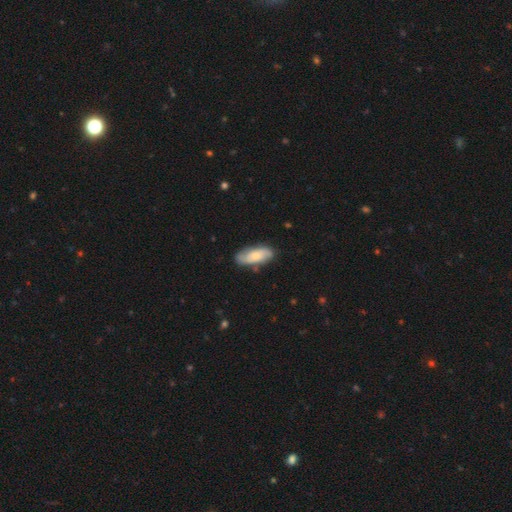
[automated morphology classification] A smooth galaxy with no disk features (56%) that is in between round and cigar-shaped (81%). Merging: none (78%).